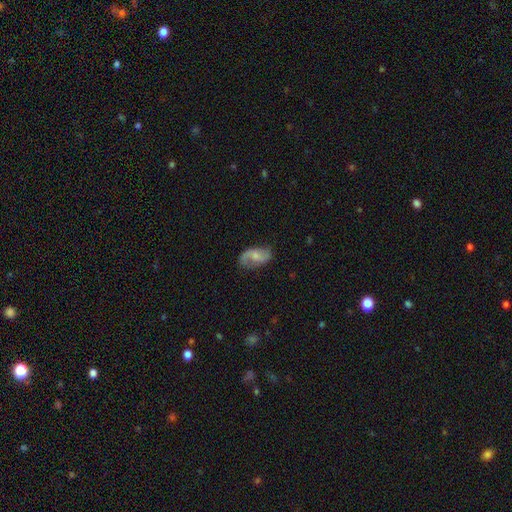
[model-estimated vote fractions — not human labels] Smooth or featured: featured or disk — 62% (smooth — 31%)
Edge-on disk: no — 96% (yes — 4%)
Bar: no — 54% (weak — 38%)
Spiral arms: yes — 90% (no — 10%)
Spiral winding: loose — 54% (medium — 35%)
Spiral arm count: 2 — 85% (1 — 6%)
Bulge size: small — 47% (moderate — 37%)
Merging: none — 70% (minor disturbance — 21%)